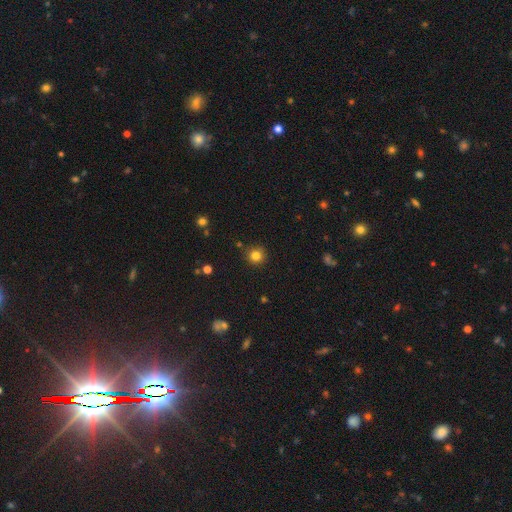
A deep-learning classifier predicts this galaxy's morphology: Smooth or featured: smooth — 82% (star or artifact — 13%)
How rounded: round — 93% (in between — 6%)
Merging: none — 88% (minor disturbance — 8%)